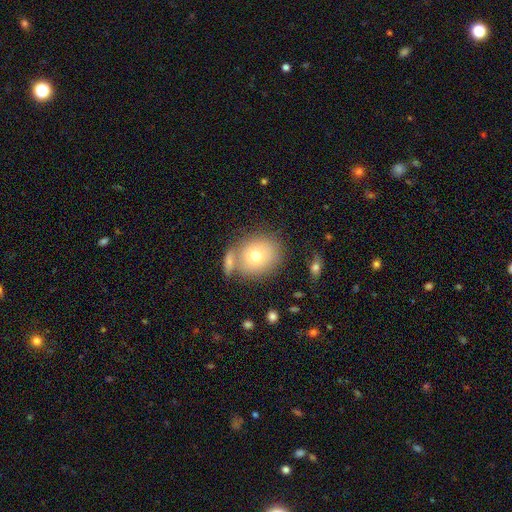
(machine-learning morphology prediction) Smooth or featured: smooth — 70% (featured or disk — 20%)
How rounded: round — 76% (in between — 23%)
Merging: none — 61% (merger — 21%)